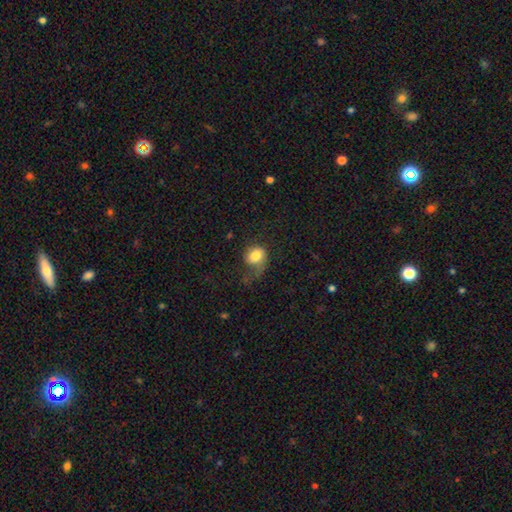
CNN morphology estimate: Smooth or featured? Predicted: smooth (p=0.73). How rounded? Predicted: round (p=0.52). Merging? Predicted: major disturbance (p=0.38).